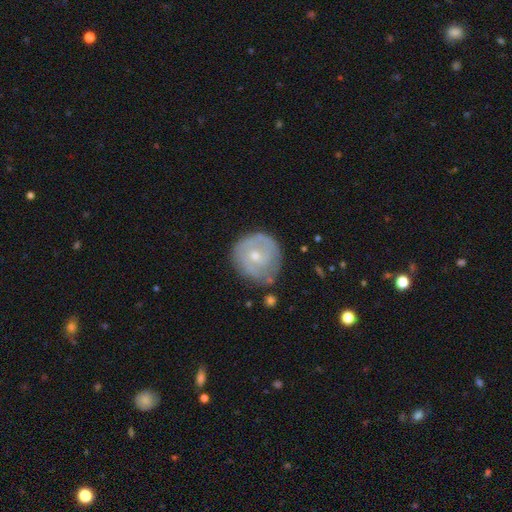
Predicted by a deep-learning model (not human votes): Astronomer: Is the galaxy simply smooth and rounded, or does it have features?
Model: featured or disk — 55% (runner-up: smooth, 38%).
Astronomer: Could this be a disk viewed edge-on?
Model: no — 97%.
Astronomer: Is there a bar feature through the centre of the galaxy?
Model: no — 74%.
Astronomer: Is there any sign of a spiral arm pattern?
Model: yes — 58% (runner-up: no, 42%).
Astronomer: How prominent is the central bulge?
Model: small — 59% (runner-up: moderate, 38%).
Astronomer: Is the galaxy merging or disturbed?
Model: none — 65%.